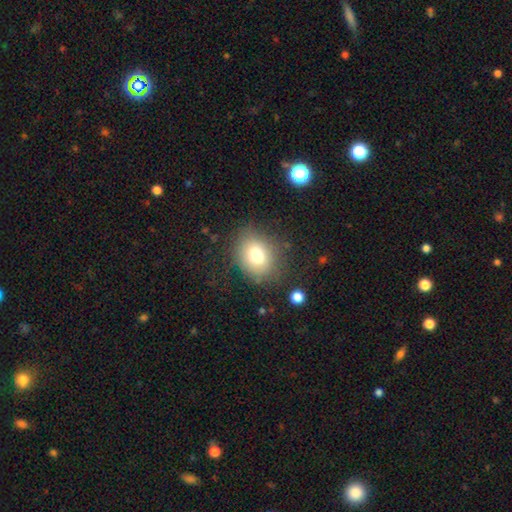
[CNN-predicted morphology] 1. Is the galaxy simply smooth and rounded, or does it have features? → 75% smooth, 13% featured or disk, 12% star or artifact.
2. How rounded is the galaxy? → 53% round, 46% in between, 1% cigar-shaped.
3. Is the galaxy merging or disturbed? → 77% none, 14% minor disturbance, 6% major disturbance, 2% merger.